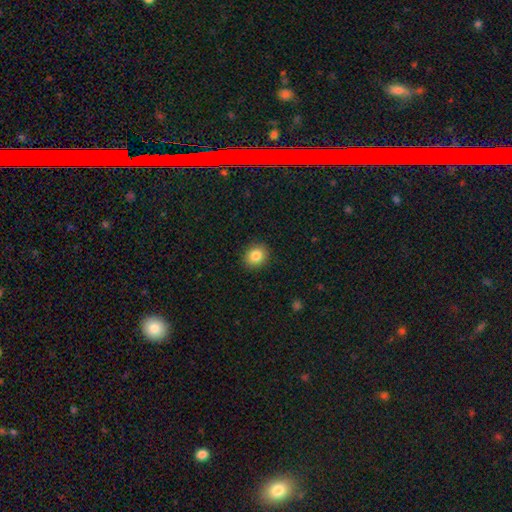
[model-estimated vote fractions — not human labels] This is clearly a smooth galaxy (84%). How rounded: likely round (77%). Merging: clearly none (90%).